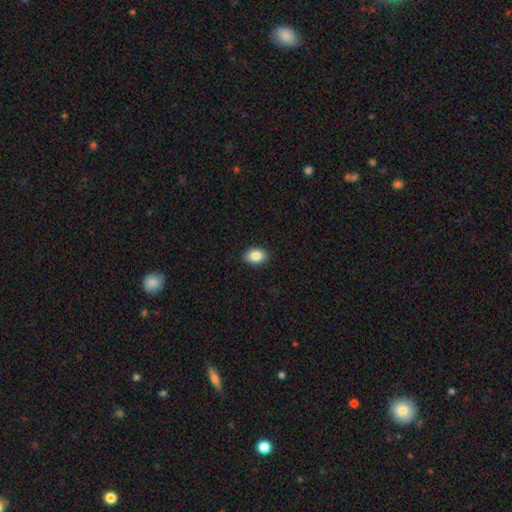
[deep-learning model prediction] Smooth or featured: smooth — 87% (star or artifact — 8%)
How rounded: in between — 81% (round — 18%)
Merging: none — 90% (minor disturbance — 8%)